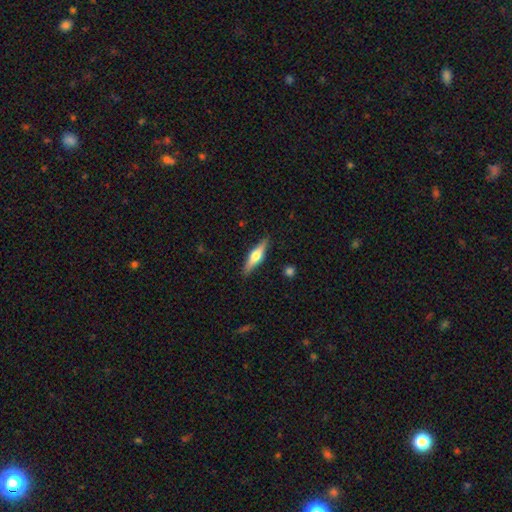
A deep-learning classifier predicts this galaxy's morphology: type=featured or disk (57%); edge-on=yes (95%); edge-on bulge=rounded (93%); merging=none (89%).